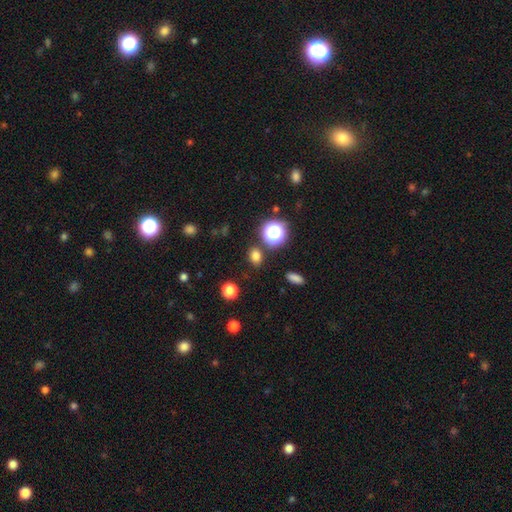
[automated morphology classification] A smooth galaxy with no disk features (76%) that is in between round and cigar-shaped (50%).

Vote fractions:
- Smooth or featured? smooth: 76% / star or artifact: 19% / featured or disk: 5%
- How rounded? in between: 50% / round: 49% / cigar-shaped: 2%
- Merging? none: 84% / minor disturbance: 9% / merger: 4% / major disturbance: 3%